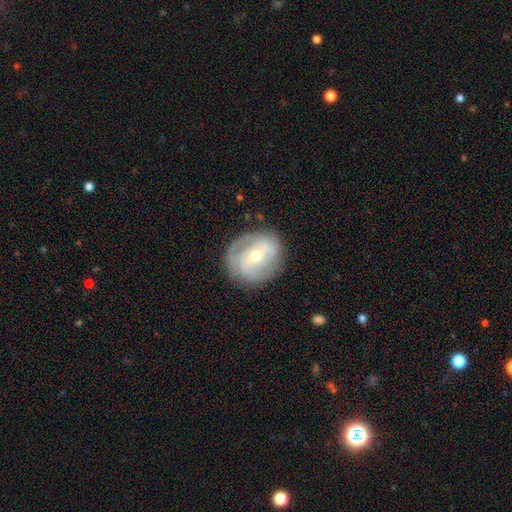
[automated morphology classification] type=featured or disk (76%); edge-on=no (96%); bar=weak (40%); spiral arms=yes (86%); winding=tight (50%); arm count=2 (45%); bulge=moderate (58%); merging=none (79%).